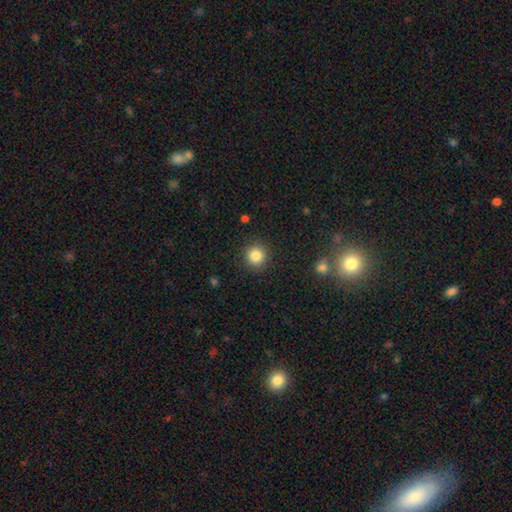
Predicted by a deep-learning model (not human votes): A smooth galaxy with no disk features (85%) that is round (92%). Merging: none (90%).